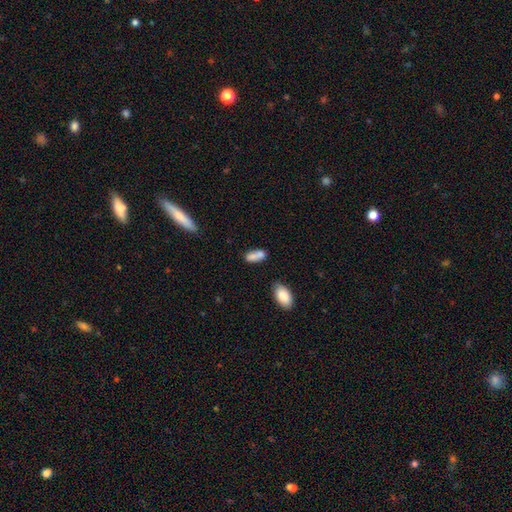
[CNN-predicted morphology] Smooth or featured: smooth — 78% (featured or disk — 14%)
How rounded: in between — 79% (cigar-shaped — 15%)
Merging: none — 43% (merger — 33%)